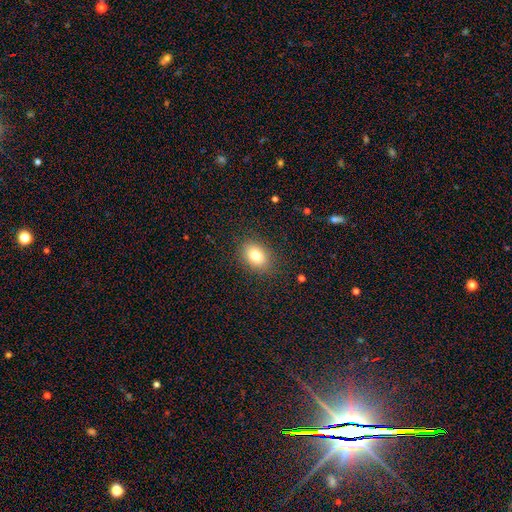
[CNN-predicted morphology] This appears to be a smooth galaxy with no disk features (80%) that is in between round and cigar-shaped (71%). Merging: none (86%).